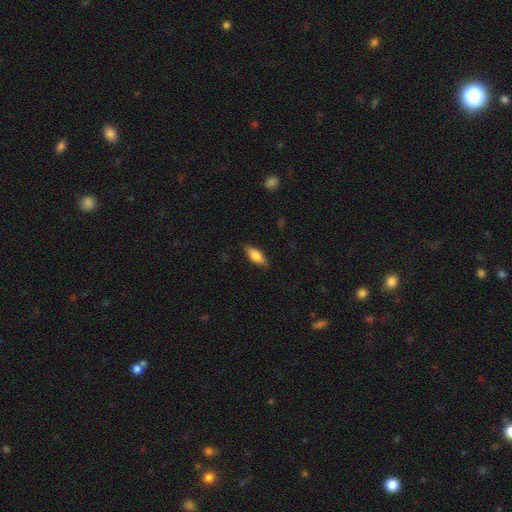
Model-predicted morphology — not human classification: type=smooth (71%); roundness=in between (70%); merging=none (85%).